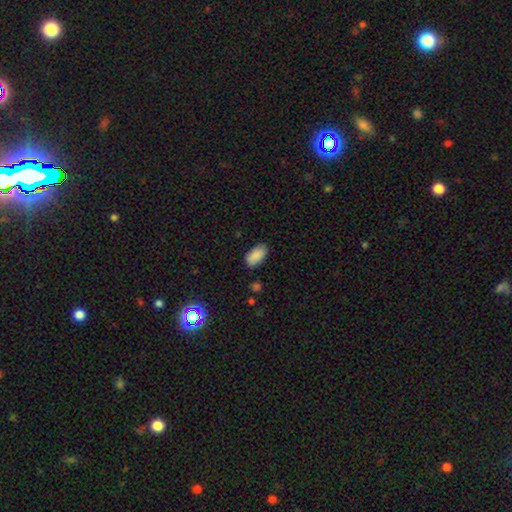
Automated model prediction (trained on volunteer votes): Smooth or featured? Predicted: smooth (p=0.88). How rounded? Predicted: in between (p=0.94). Merging? Predicted: none (p=0.82).